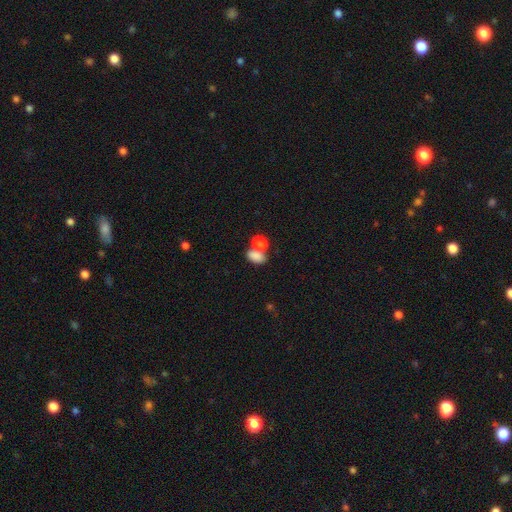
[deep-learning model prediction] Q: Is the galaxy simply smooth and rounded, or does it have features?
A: smooth — 82%.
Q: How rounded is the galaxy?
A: in between — 82%.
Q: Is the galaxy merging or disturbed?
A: merger — 43%.